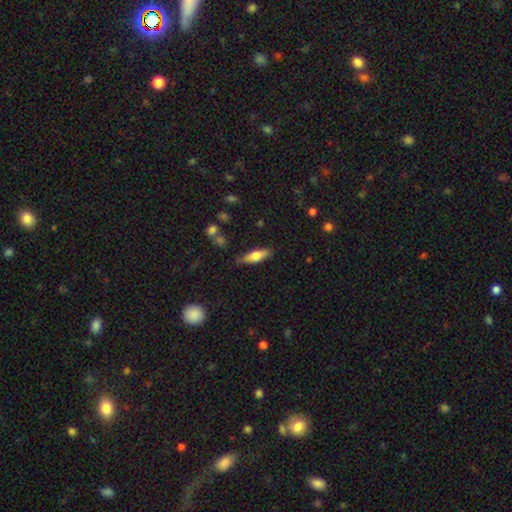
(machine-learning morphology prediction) smooth-or-featured: smooth: 63% | featured or disk: 31% | star or artifact: 6%
  how-rounded: in between: 50% | cigar-shaped: 48% | round: 2%
  merging: none: 82% | minor disturbance: 13% | major disturbance: 3% | merger: 2%